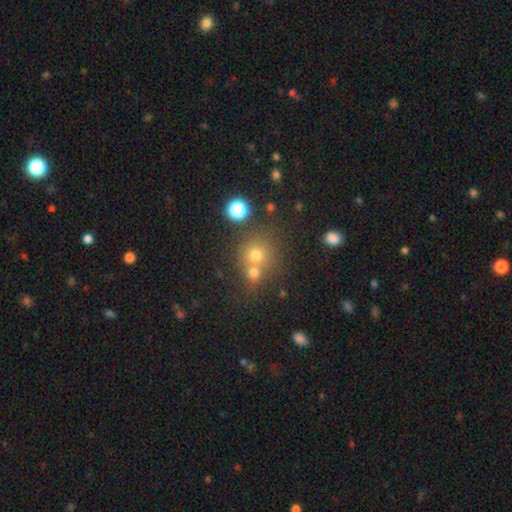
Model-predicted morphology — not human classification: Smooth or featured? Predicted: smooth (p=0.67). How rounded? Predicted: round (p=0.87). Merging? Predicted: none (p=0.50).